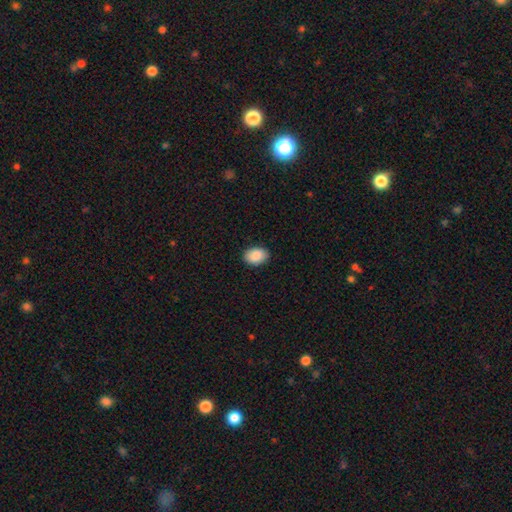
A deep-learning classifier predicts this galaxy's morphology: smooth 90%, star or artifact 7%, featured or disk 3%. Down the decision tree: how rounded — in between (81%); merging — none (89%).